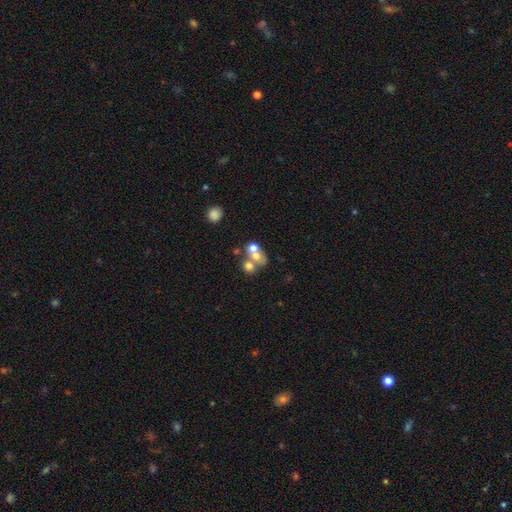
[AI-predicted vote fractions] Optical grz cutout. It shows a smooth galaxy with no disk features (58%) that is round (65%). Merging: merger (62%).